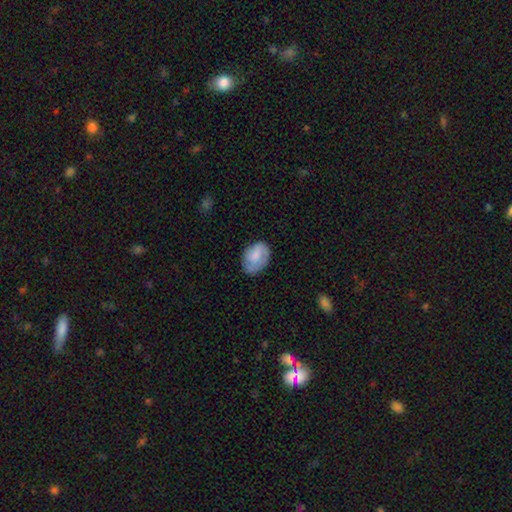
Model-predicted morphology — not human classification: Smooth or featured: smooth — 68% (featured or disk — 25%)
How rounded: in between — 80% (round — 19%)
Merging: none — 64% (minor disturbance — 26%)